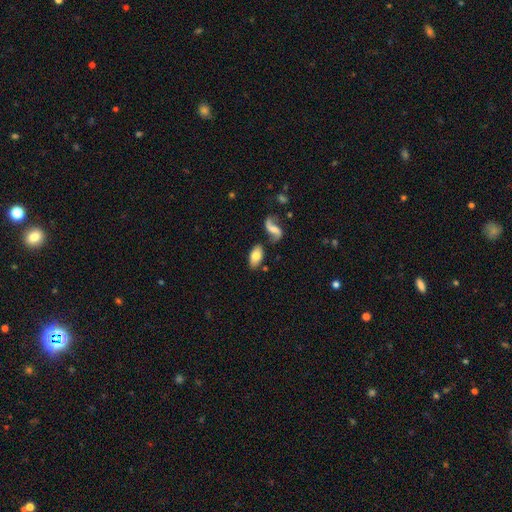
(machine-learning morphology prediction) Q: Smooth or featured?
A: smooth (67%); runner-up: featured or disk (26%)
Q: How rounded?
A: in between (92%); runner-up: round (5%)
Q: Merging?
A: none (67%); runner-up: minor disturbance (16%)